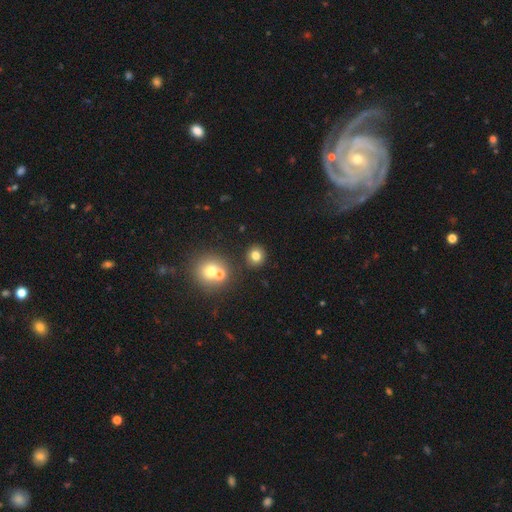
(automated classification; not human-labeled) Smooth or featured? Predicted: smooth (p=0.78). How rounded? Predicted: round (p=0.88). Merging? Predicted: none (p=0.84).